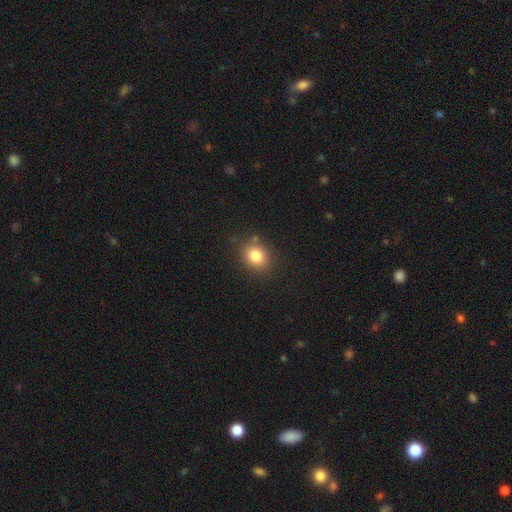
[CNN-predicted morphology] smooth 82%, star or artifact 11%, featured or disk 7%. Down the decision tree: how rounded — round (58%); merging — none (83%).